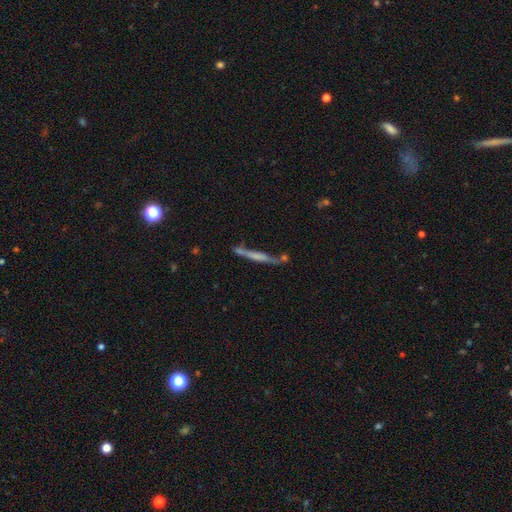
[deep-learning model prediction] Smooth or featured?
  - featured or disk: 55% *
  - smooth: 37%
  - star or artifact: 9%
Edge-on disk?
  - yes: 92% *
  - no: 8%
Edge-on bulge?
  - none: 55% *
  - rounded: 26%
  - boxy: 20%
Merging?
  - none: 66% *
  - minor disturbance: 16%
  - merger: 12%
  - major disturbance: 5%